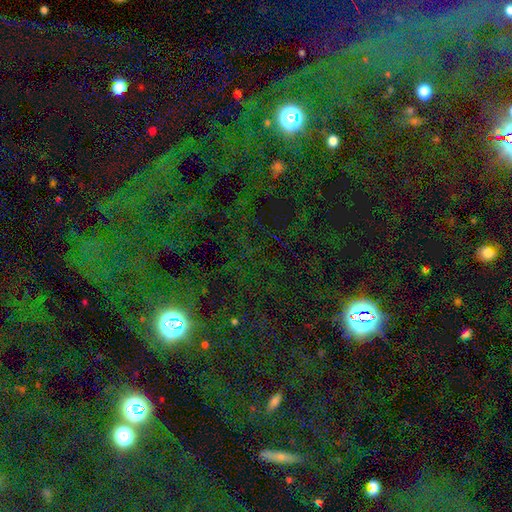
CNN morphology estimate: This appears to be a star or artifact, not a galaxy (75%).